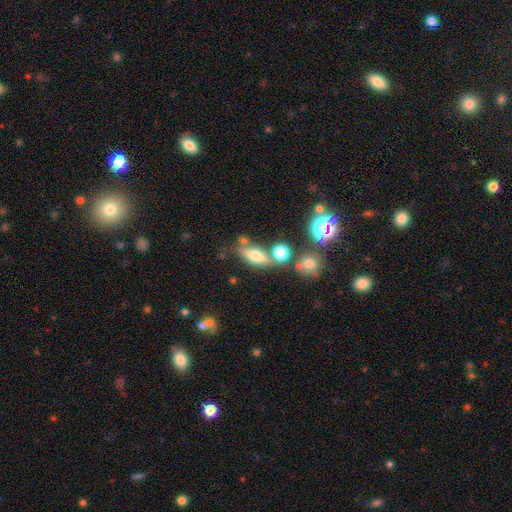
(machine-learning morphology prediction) The model was most divided on "how rounded": in between: 60%, cigar-shaped: 29%, round: 11%. More confident: smooth or featured — smooth (65%); merging — none (55%).